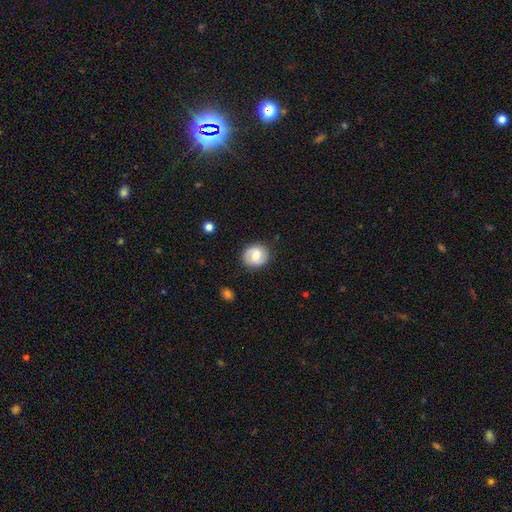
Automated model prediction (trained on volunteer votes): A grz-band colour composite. It shows a smooth galaxy with no disk features (54%) that is round (75%). Merging: none (83%).